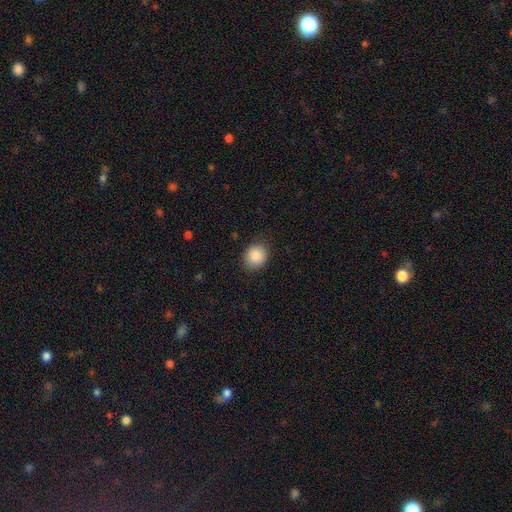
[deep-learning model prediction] This appears to be a smooth galaxy with no disk features (86%) that is round (72%). Merging: none (86%).